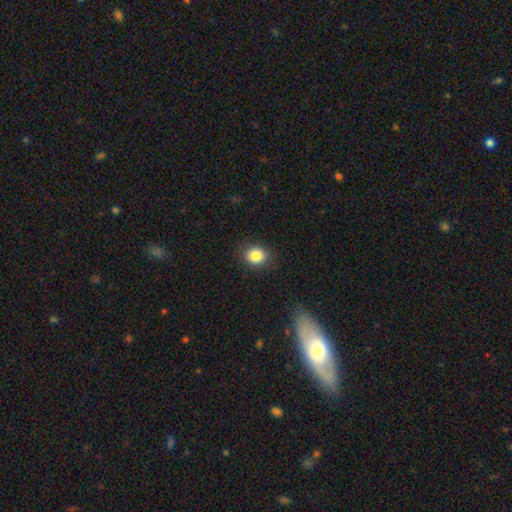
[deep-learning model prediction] smooth 84%, star or artifact 10%, featured or disk 6%. Down the decision tree: how rounded — round (65%); merging — none (87%).